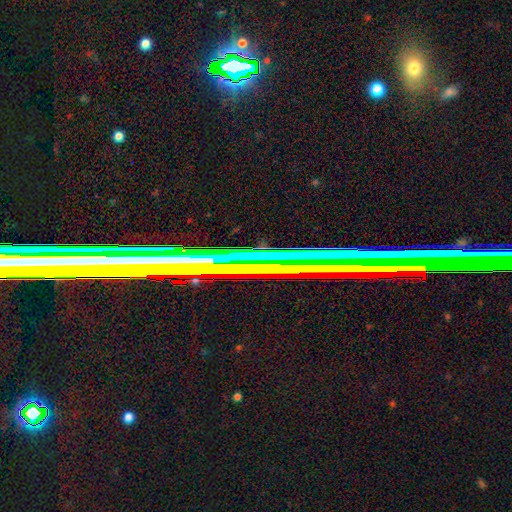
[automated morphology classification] The model was most divided on "smooth or featured": star or artifact: 69%, featured or disk: 19%, smooth: 12%.